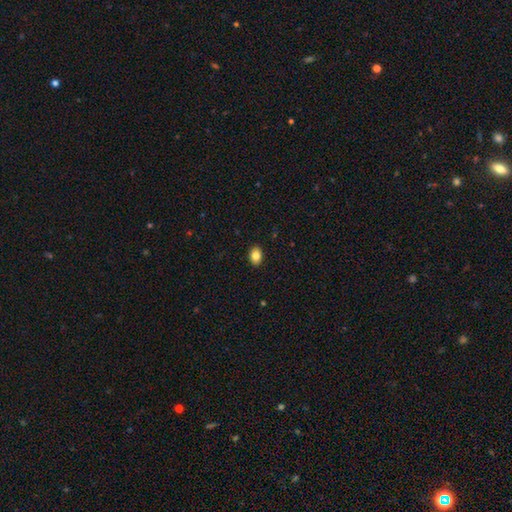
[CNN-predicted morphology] Smooth or featured? smooth (84%)
How rounded? in between (76%)
Merging? none (90%)